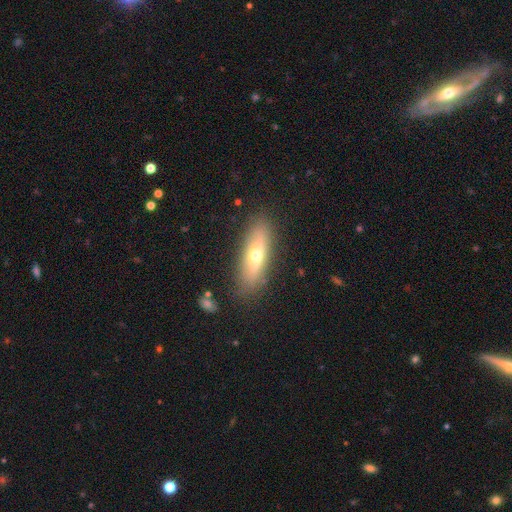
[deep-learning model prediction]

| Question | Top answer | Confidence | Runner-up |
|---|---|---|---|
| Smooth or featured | smooth | 49% | featured or disk (44%) |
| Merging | none | 85% | minor disturbance (10%) |